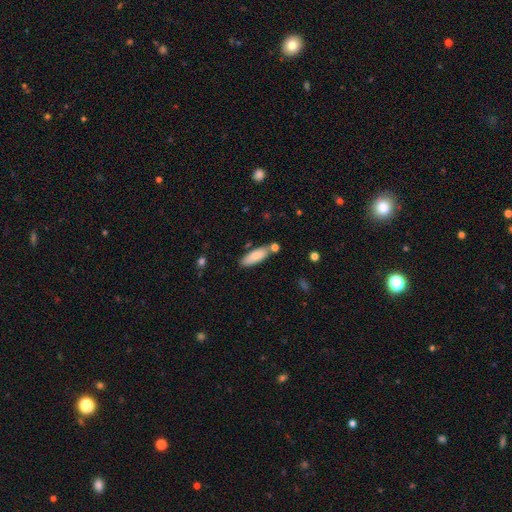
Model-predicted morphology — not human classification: This is clearly a smooth galaxy (82%). How rounded: possibly in between (57%). Merging: likely none (68%).